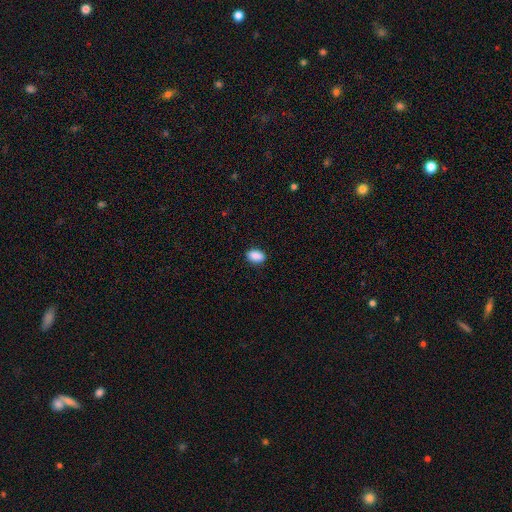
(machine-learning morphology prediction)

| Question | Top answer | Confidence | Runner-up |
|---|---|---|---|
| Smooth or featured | smooth | 89% | star or artifact (7%) |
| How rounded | in between | 87% | round (11%) |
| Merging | none | 87% | minor disturbance (10%) |